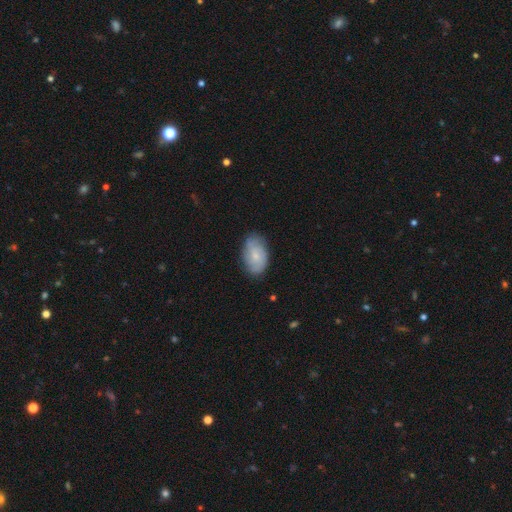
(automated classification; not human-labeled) This is possibly a smooth galaxy (54%). How rounded: clearly in between (91%). Merging: likely none (76%).